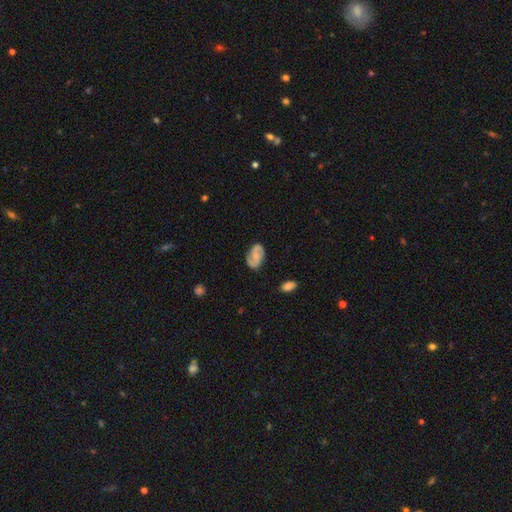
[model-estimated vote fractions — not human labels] Q: Smooth or featured?
A: featured or disk (69%); runner-up: smooth (25%)
Q: Edge-on disk?
A: no (97%); runner-up: yes (3%)
Q: Bar?
A: no (49%); runner-up: weak (41%)
Q: Spiral arms?
A: yes (94%); runner-up: no (6%)
Q: Spiral winding?
A: medium (47%); runner-up: tight (27%)
Q: Spiral arm count?
A: 2 (89%); runner-up: can't tell (5%)
Q: Bulge size?
A: small (42%); runner-up: none (33%)
Q: Merging?
A: none (79%); runner-up: minor disturbance (15%)